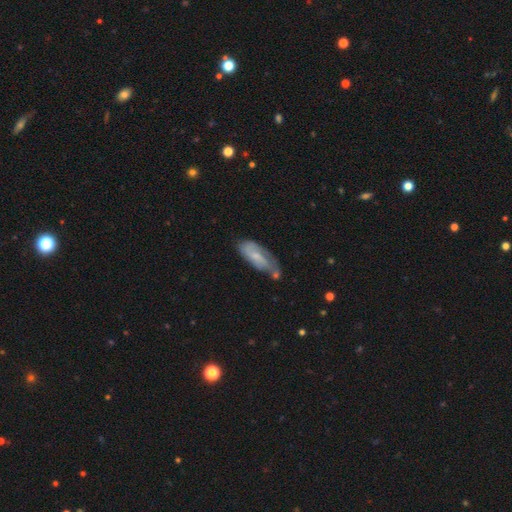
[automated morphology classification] Smooth or featured: smooth — 48% (featured or disk — 46%)
Merging: none — 42% (minor disturbance — 34%)